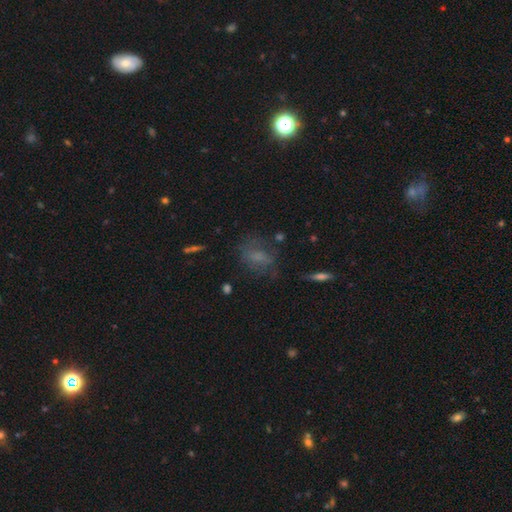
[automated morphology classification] Smooth or featured? Predicted: smooth (p=0.52). How rounded? Predicted: in between (p=0.68). Merging? Predicted: none (p=0.59).